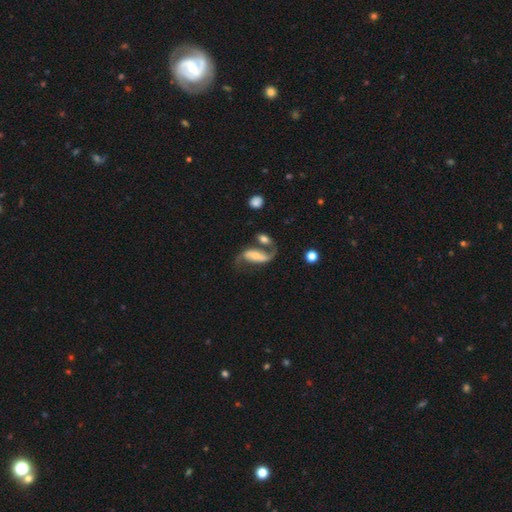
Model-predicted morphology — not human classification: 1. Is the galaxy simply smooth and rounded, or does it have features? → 74% featured or disk, 18% smooth, 7% star or artifact.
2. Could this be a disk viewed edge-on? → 94% no, 6% yes.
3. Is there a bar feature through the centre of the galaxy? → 39% strong, 31% no, 30% weak.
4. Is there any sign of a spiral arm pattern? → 91% yes, 9% no.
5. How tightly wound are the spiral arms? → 71% loose, 22% medium, 7% tight.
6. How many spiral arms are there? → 86% 2, 8% 1, 3% can't tell, 1% 3, 1% 4, 1% more than 4.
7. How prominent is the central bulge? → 35% small, 27% moderate, 20% none, 14% large, 4% dominant.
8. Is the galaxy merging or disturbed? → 44% none, 21% merger, 18% major disturbance, 16% minor disturbance.